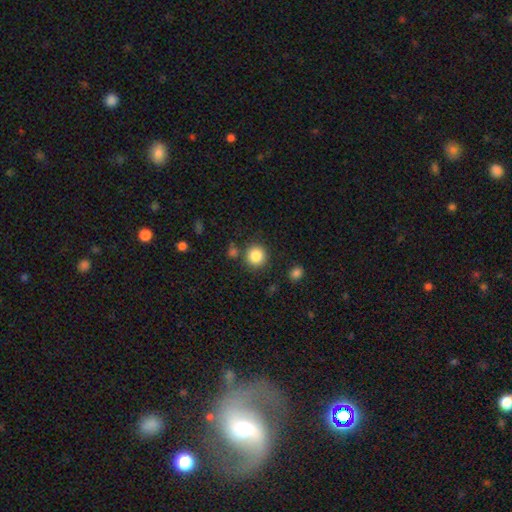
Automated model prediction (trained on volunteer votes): Smooth or featured?
  - smooth: 85% *
  - star or artifact: 9%
  - featured or disk: 5%
How rounded?
  - round: 92% *
  - in between: 7%
  - cigar-shaped: 1%
Merging?
  - none: 83% *
  - minor disturbance: 8%
  - merger: 6%
  - major disturbance: 3%